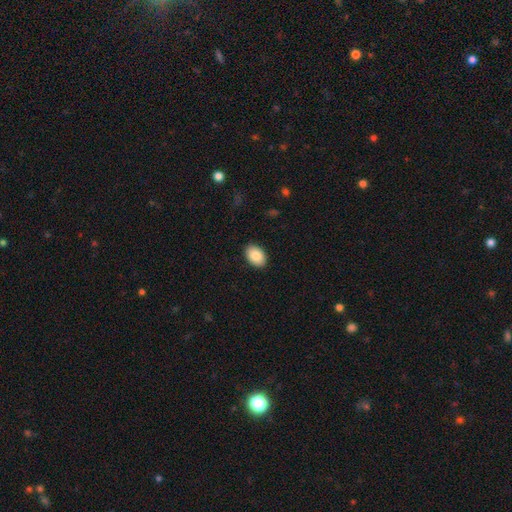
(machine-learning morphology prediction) Smooth or featured? Predicted: smooth (p=0.88). How rounded? Predicted: in between (p=0.87). Merging? Predicted: none (p=0.90).